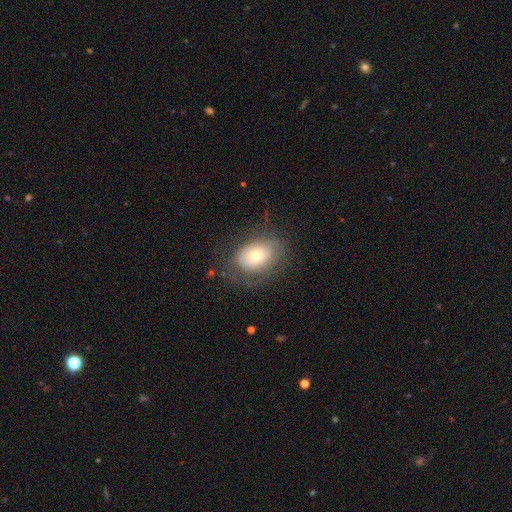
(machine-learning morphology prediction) smooth 56%, featured or disk 35%, star or artifact 9%. Down the decision tree: how rounded — in between (75%); merging — none (62%).